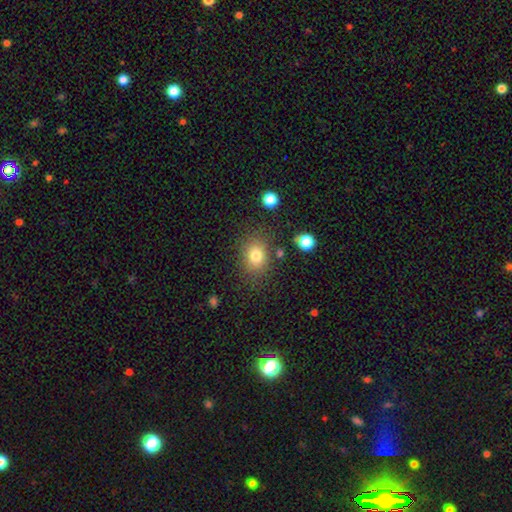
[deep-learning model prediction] smooth 78%, star or artifact 12%, featured or disk 9%. Down the decision tree: how rounded — in between (51%); merging — none (78%).